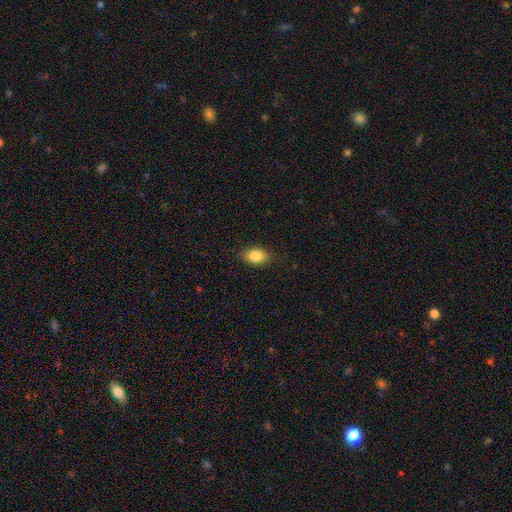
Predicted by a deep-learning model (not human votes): Morphology: type=smooth (83%); roundness=in between (84%); merging=none (86%).